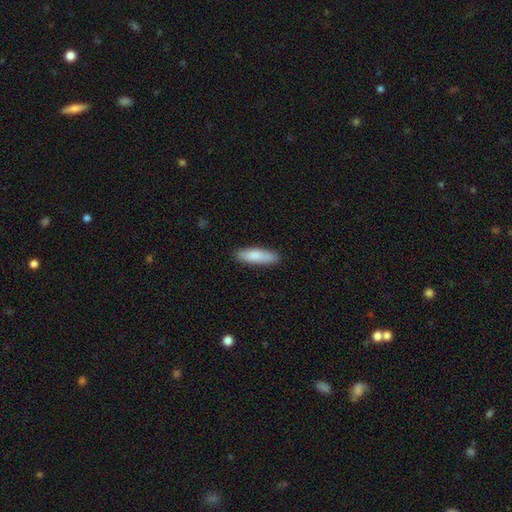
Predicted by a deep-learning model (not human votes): This is clearly a smooth galaxy (83%). How rounded: likely cigar-shaped (61%). Merging: clearly none (88%).